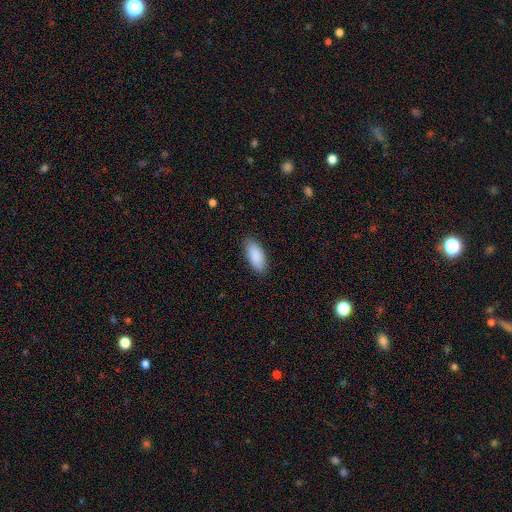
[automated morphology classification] smooth 90%, star or artifact 6%, featured or disk 4%. Down the decision tree: how rounded — in between (89%); merging — none (86%).